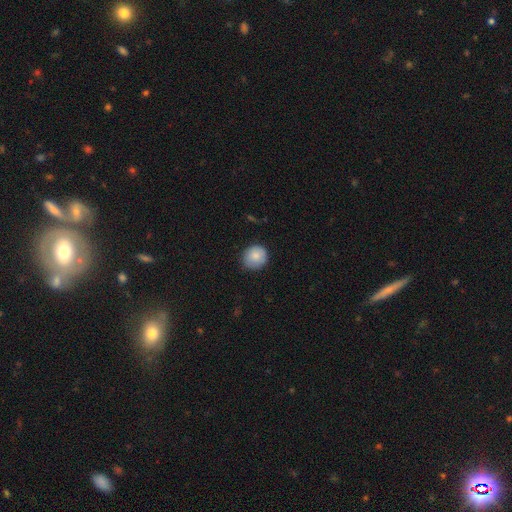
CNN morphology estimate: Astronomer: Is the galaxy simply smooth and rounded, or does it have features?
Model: smooth — 84%.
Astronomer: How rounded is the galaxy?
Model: round — 85%.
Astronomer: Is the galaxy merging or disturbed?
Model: none — 81%.